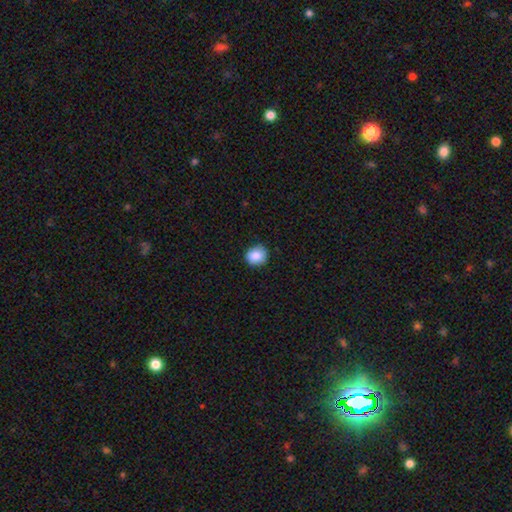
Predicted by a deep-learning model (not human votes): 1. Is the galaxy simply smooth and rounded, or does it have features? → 87% smooth, 8% star or artifact, 5% featured or disk.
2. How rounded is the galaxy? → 81% round, 18% in between, 1% cigar-shaped.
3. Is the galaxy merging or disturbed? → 83% none, 14% minor disturbance, 2% major disturbance, 1% merger.